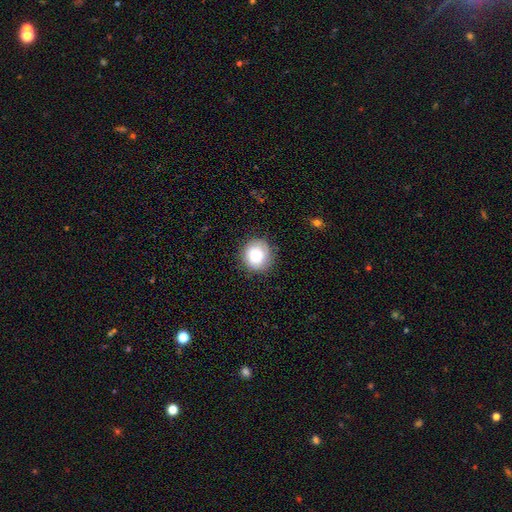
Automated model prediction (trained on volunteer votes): smooth-or-featured: smooth: 78% | featured or disk: 13% | star or artifact: 9%
  how-rounded: round: 89% | in between: 10% | cigar-shaped: 1%
  merging: none: 84% | minor disturbance: 12% | major disturbance: 3% | merger: 1%